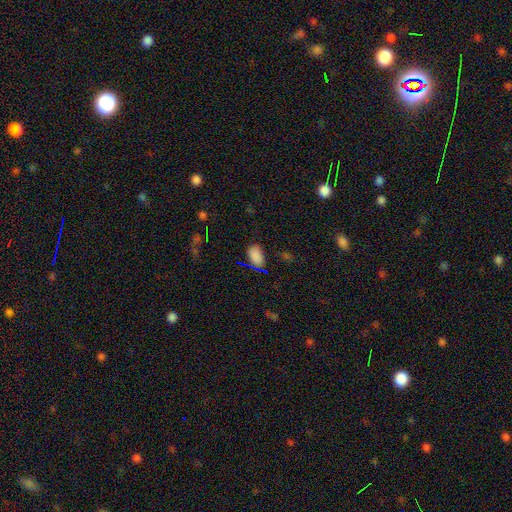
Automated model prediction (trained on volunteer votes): Smooth or featured? smooth (77%)
How rounded? in between (91%)
Merging? none (79%)